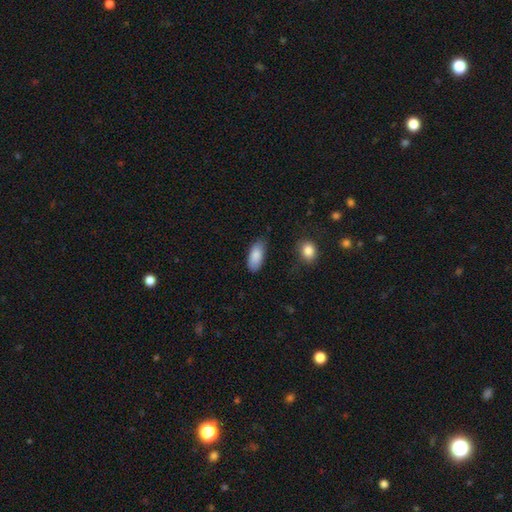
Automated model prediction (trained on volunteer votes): This is clearly a smooth galaxy (87%). How rounded: clearly in between (89%). Merging: likely none (68%).